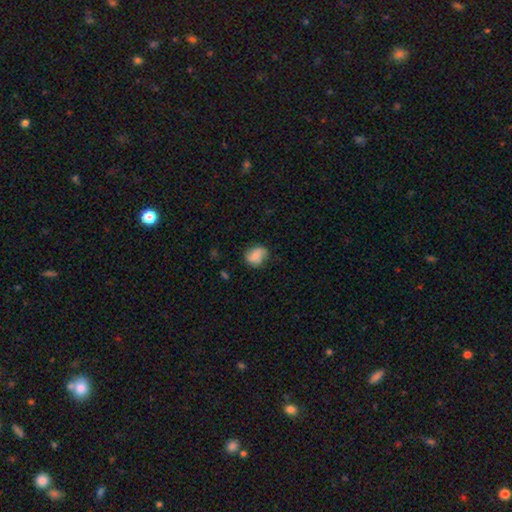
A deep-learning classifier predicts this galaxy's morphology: Overall: smooth (66%; featured or disk 26%). How rounded: round (50%; in between 49%). Merging: none (66%).